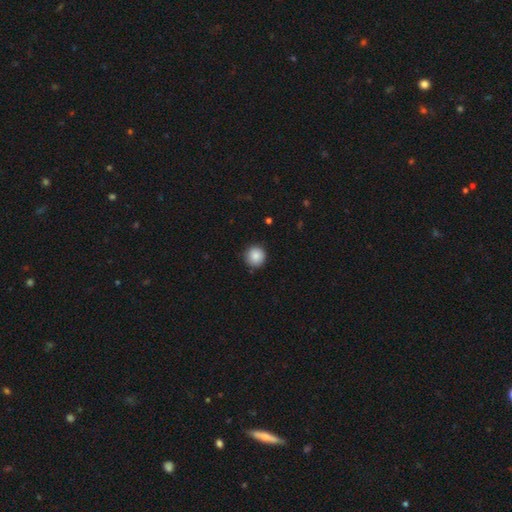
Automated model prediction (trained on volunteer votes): The model was most divided on "smooth or featured": smooth: 87%, star or artifact: 9%, featured or disk: 4%. More confident: how rounded — round (94%); merging — none (88%).